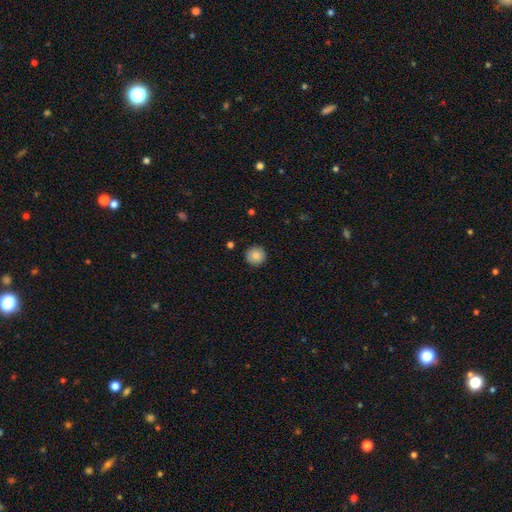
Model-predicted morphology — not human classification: This is clearly a smooth galaxy (86%). How rounded: clearly round (95%). Merging: clearly none (91%).